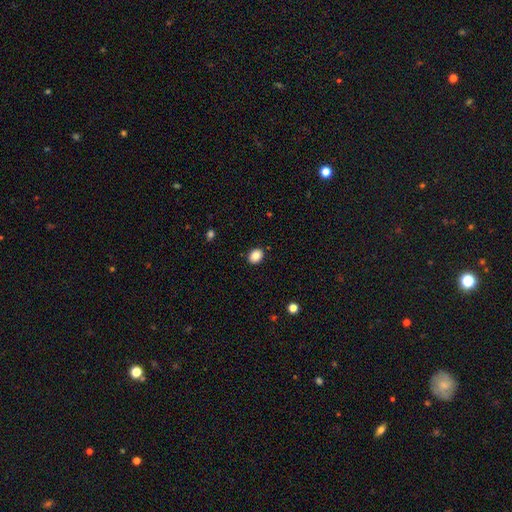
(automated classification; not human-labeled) This is clearly a smooth galaxy (86%). How rounded: possibly in between (51%). Merging: clearly none (90%).